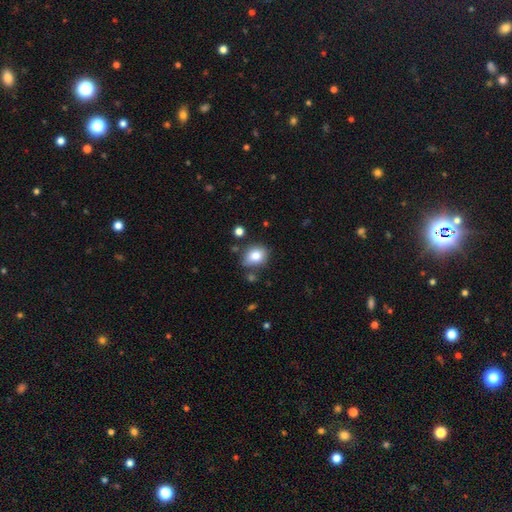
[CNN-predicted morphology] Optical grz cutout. It shows a smooth galaxy with no disk features (80%) that is round (55%). Merging: none (73%).